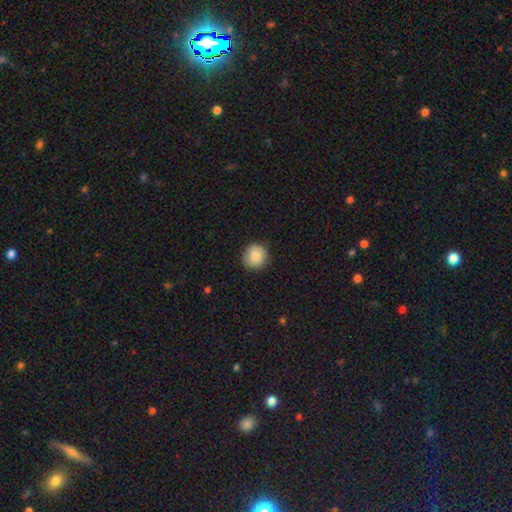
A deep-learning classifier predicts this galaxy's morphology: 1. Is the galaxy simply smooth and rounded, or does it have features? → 86% smooth, 8% star or artifact, 6% featured or disk.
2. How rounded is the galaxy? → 91% round, 8% in between, 1% cigar-shaped.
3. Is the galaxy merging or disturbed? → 86% none, 10% minor disturbance, 2% major disturbance, 1% merger.